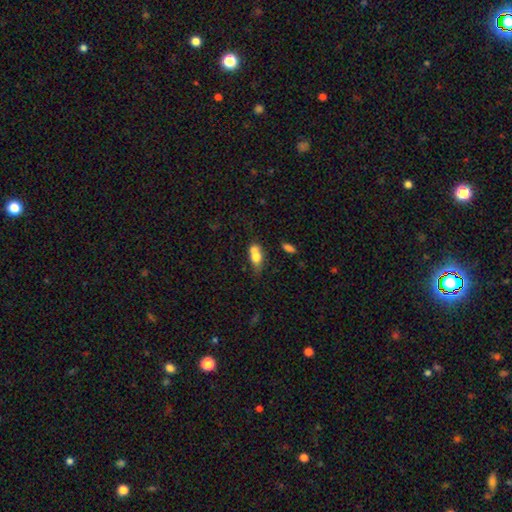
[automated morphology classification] Smooth or featured?
  - smooth: 72% *
  - featured or disk: 19%
  - star or artifact: 9%
How rounded?
  - in between: 78% *
  - cigar-shaped: 13%
  - round: 10%
Merging?
  - merger: 38% *
  - none: 32%
  - minor disturbance: 21%
  - major disturbance: 9%